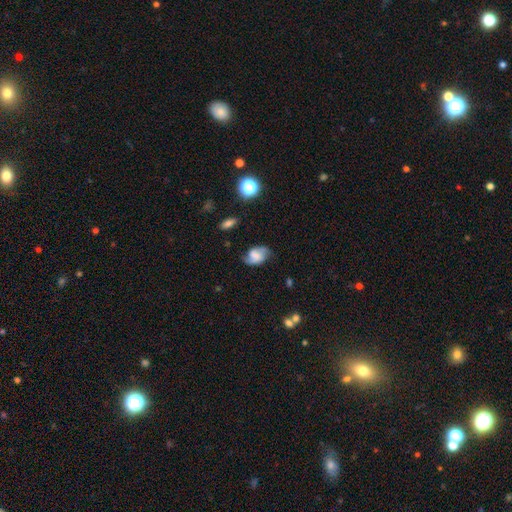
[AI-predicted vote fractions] This appears to be a featured or disk galaxy (51%). Merging: none (65%).